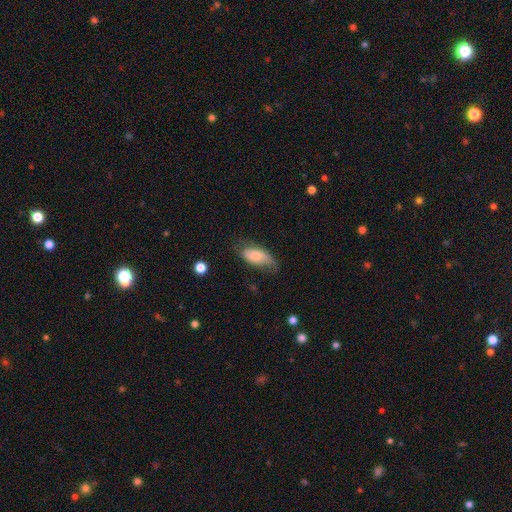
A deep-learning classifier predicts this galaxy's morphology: smooth_or_featured: smooth (p=0.71) [alt: featured or disk p=0.23]
how_rounded: in between (p=0.90) [alt: cigar-shaped p=0.08]
merging: none (p=0.56) [alt: minor disturbance p=0.32]